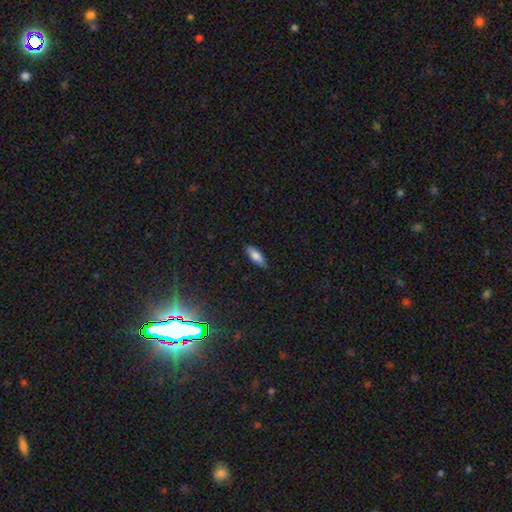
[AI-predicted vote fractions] Overall: smooth (78%). How rounded: in between (61%; cigar-shaped 37%). Merging: none (84%).